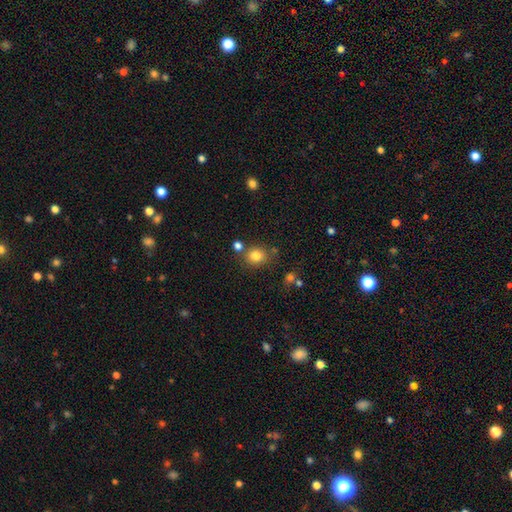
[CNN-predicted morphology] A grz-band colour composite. It shows a smooth galaxy with no disk features (81%) that is round (71%). Merging: none (74%).